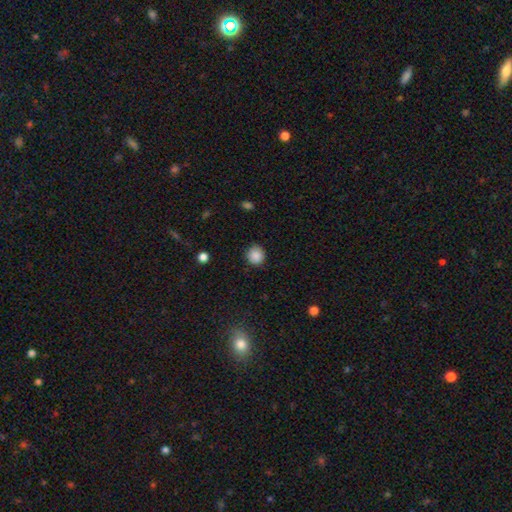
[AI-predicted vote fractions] smooth_or_featured: smooth (p=0.88) [alt: star or artifact p=0.09]
how_rounded: round (p=0.87) [alt: in between p=0.12]
merging: none (p=0.87) [alt: minor disturbance p=0.09]